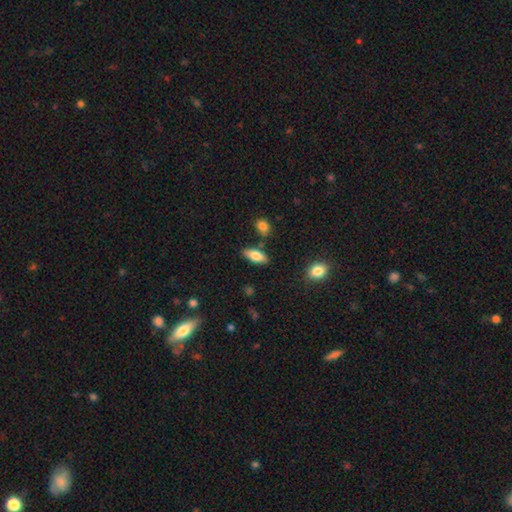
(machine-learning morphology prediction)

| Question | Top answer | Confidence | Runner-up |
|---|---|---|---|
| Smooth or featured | smooth | 78% | featured or disk (16%) |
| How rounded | in between | 81% | cigar-shaped (16%) |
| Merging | none | 80% | minor disturbance (12%) |